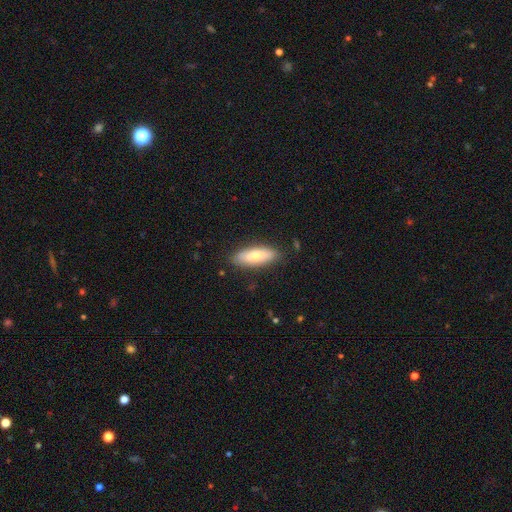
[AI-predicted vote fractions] A smooth galaxy with no disk features (69%) that is in between round and cigar-shaped (65%).

Vote fractions:
- Smooth or featured? smooth: 69% / featured or disk: 25% / star or artifact: 6%
- How rounded? in between: 65% / cigar-shaped: 33% / round: 2%
- Merging? none: 84% / minor disturbance: 12% / major disturbance: 2% / merger: 1%